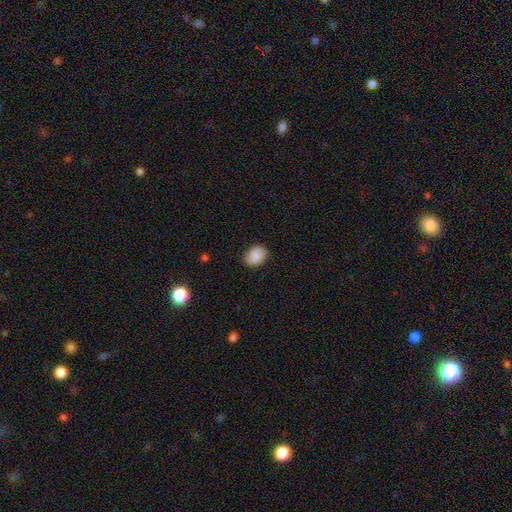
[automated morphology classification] Smooth or featured?
  - smooth: 88% *
  - star or artifact: 7%
  - featured or disk: 4%
How rounded?
  - in between: 67% *
  - round: 32%
  - cigar-shaped: 1%
Merging?
  - none: 86% *
  - minor disturbance: 10%
  - major disturbance: 2%
  - merger: 1%